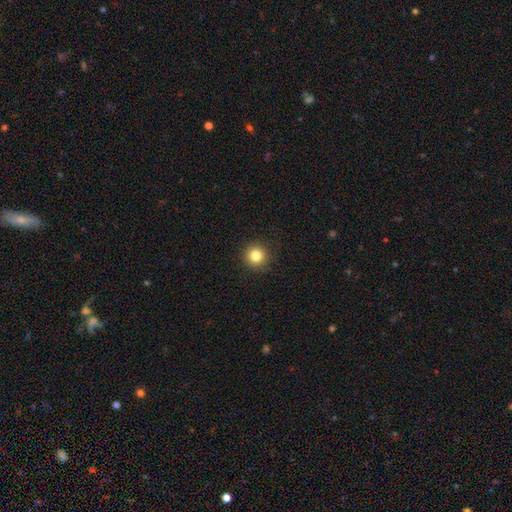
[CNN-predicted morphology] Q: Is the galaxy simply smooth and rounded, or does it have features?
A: smooth — 83%.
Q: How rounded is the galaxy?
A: round — 95%.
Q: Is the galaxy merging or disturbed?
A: none — 92%.